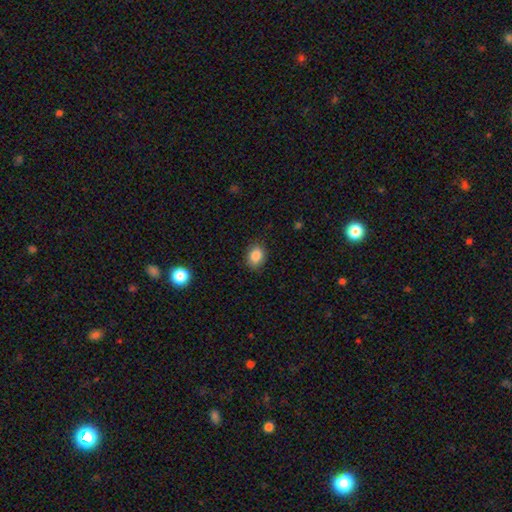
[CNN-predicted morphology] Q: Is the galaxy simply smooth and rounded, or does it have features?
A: smooth — 86%.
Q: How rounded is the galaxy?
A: in between — 59%.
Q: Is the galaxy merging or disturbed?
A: none — 86%.